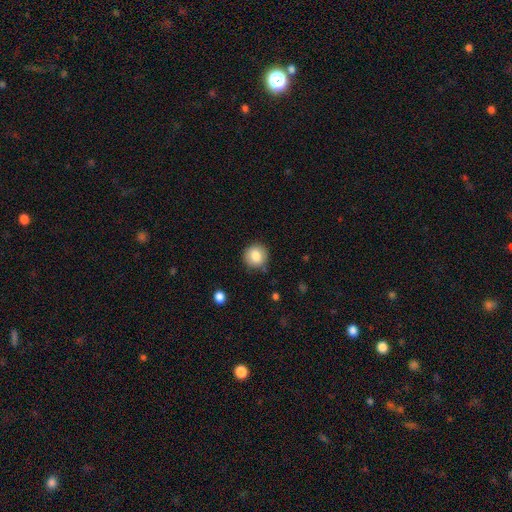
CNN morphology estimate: Smooth or featured? Predicted: smooth (p=0.83). How rounded? Predicted: round (p=0.89). Merging? Predicted: none (p=0.83).